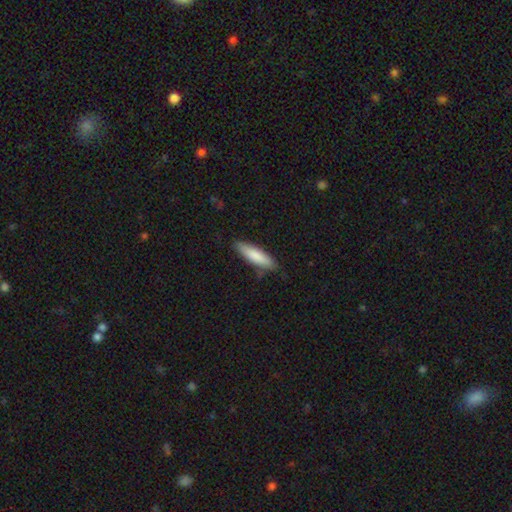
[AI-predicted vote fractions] Overall: smooth (82%). How rounded: cigar-shaped (67%; in between 32%). Merging: none (80%).